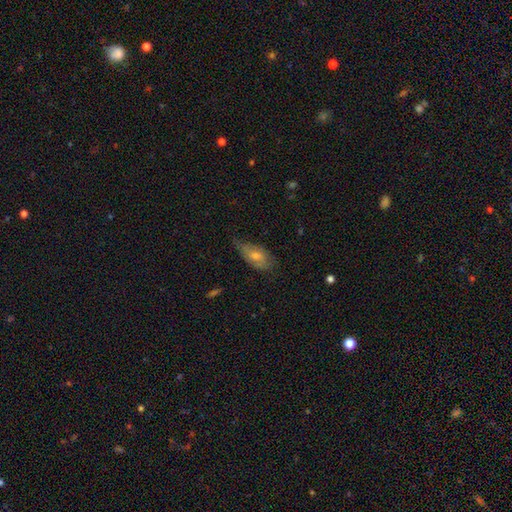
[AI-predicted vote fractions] A smooth galaxy with no disk features (66%) that is in between round and cigar-shaped (89%).

Vote fractions:
- Smooth or featured? smooth: 66% / featured or disk: 27% / star or artifact: 7%
- How rounded? in between: 89% / cigar-shaped: 7% / round: 4%
- Merging? none: 46% / minor disturbance: 39% / major disturbance: 13% / merger: 2%